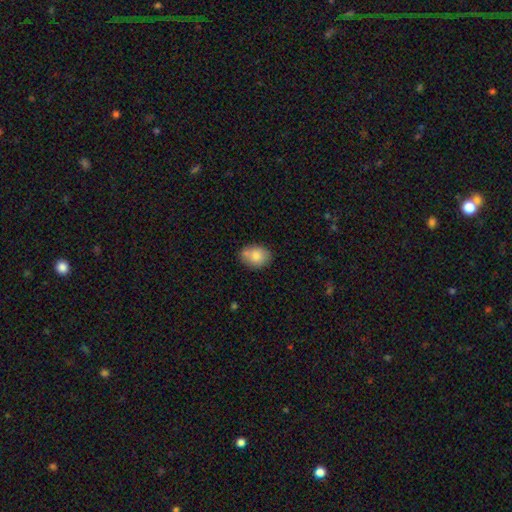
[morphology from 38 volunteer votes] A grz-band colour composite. It shows a smooth galaxy with no disk features (76%) that is in between round and cigar-shaped (69%). Merging: none (76%).